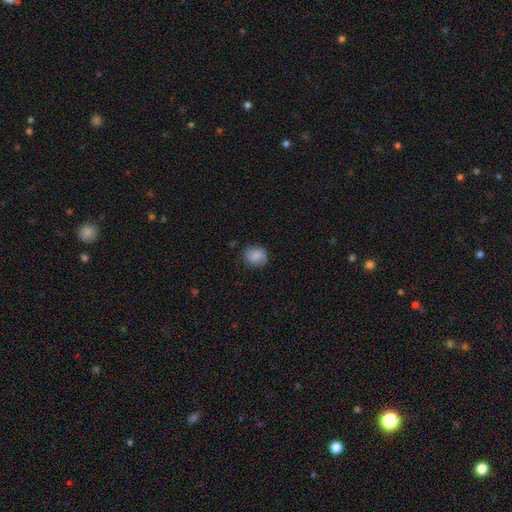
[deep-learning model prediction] Smooth or featured: smooth — 86% (star or artifact — 8%)
How rounded: round — 71% (in between — 29%)
Merging: none — 81% (minor disturbance — 15%)